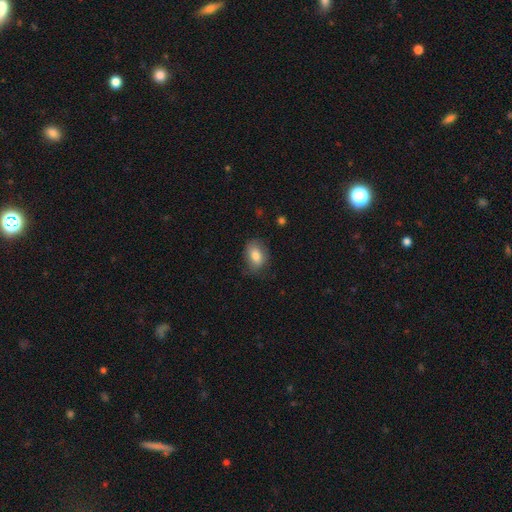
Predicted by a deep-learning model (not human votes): This is likely a smooth galaxy (80%). How rounded: clearly in between (80%). Merging: likely none (71%).